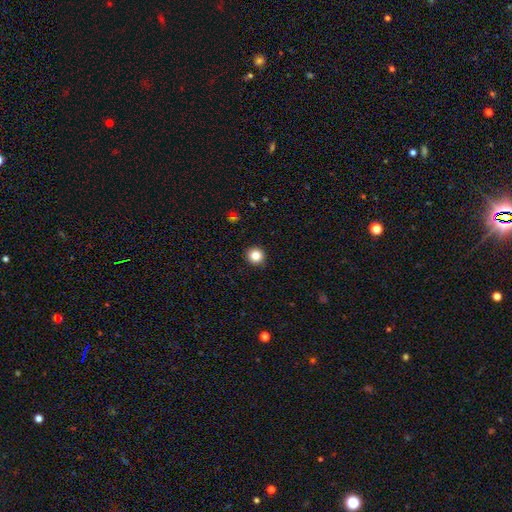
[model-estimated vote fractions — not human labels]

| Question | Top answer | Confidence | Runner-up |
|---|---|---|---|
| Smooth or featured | smooth | 84% | star or artifact (11%) |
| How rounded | round | 93% | in between (6%) |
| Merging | none | 93% | minor disturbance (5%) |